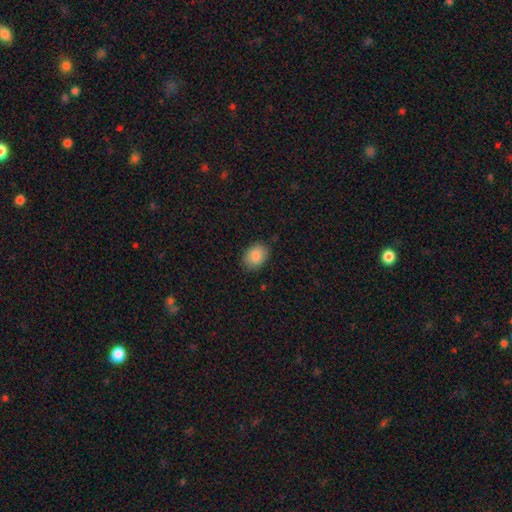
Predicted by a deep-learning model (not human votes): Smooth or featured?
  - smooth: 87% *
  - star or artifact: 7%
  - featured or disk: 5%
How rounded?
  - in between: 66% *
  - round: 34%
  - cigar-shaped: 1%
Merging?
  - none: 85% *
  - minor disturbance: 12%
  - major disturbance: 3%
  - merger: 1%